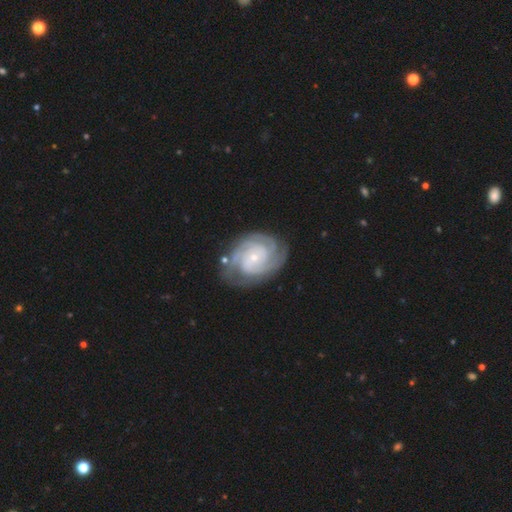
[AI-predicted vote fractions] The model was most divided on "spiral arm count": 2: 32%, can't tell: 26%, 3: 20%, 4: 11%, more than 4: 6%, 1: 5%. More confident: edge-on disk — no (97%); spiral arms — yes (96%); smooth or featured — featured or disk (83%); merging — none (75%); spiral winding — tight (73%); bulge size — small (71%); bar — no (66%).